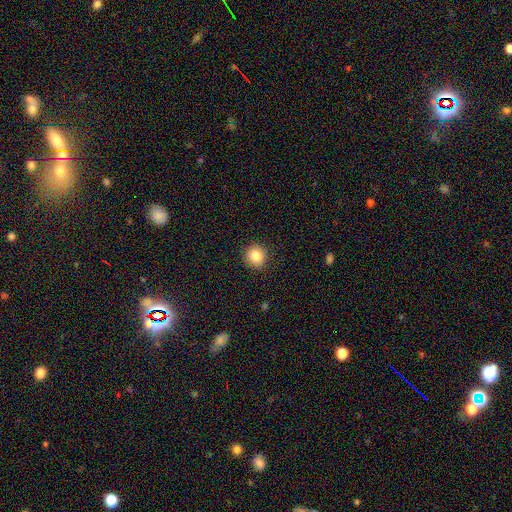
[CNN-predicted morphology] Smooth or featured?
  - smooth: 84% *
  - star or artifact: 10%
  - featured or disk: 6%
How rounded?
  - round: 93% *
  - in between: 6%
  - cigar-shaped: 1%
Merging?
  - none: 91% *
  - minor disturbance: 6%
  - major disturbance: 2%
  - merger: 1%